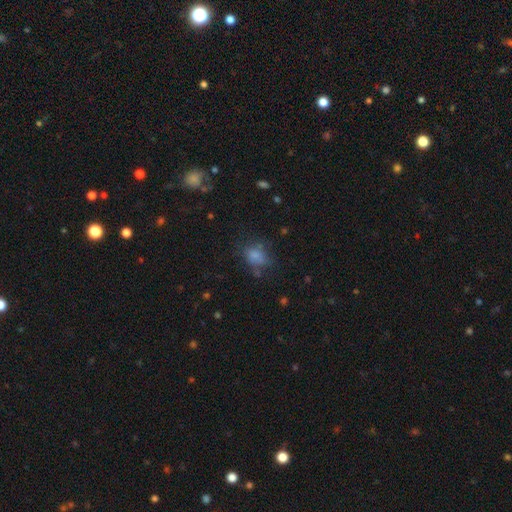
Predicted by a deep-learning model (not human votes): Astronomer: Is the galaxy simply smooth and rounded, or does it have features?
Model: smooth — 71%.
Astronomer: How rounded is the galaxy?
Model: in between — 61% (runner-up: round, 38%).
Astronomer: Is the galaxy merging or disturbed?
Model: none — 51%.